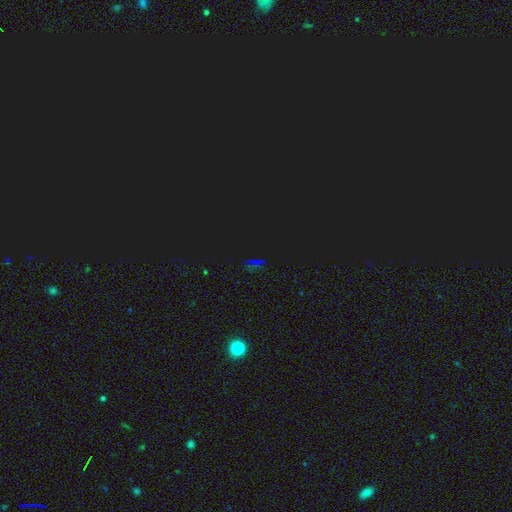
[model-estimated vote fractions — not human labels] star or artifact 77%, smooth 16%, featured or disk 7%.